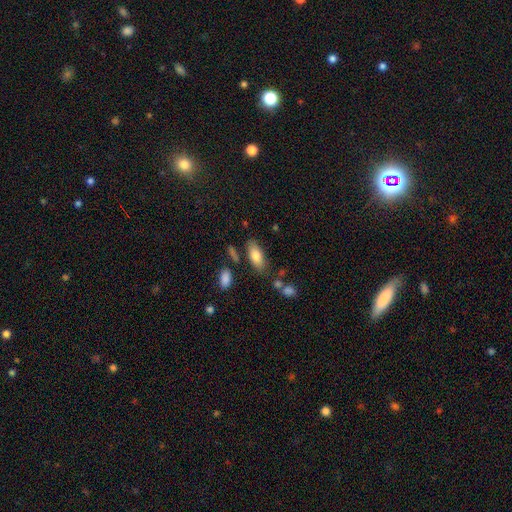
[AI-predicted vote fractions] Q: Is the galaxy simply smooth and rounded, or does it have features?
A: smooth — 80%.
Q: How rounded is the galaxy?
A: in between — 87%.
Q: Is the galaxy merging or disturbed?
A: none — 74%.